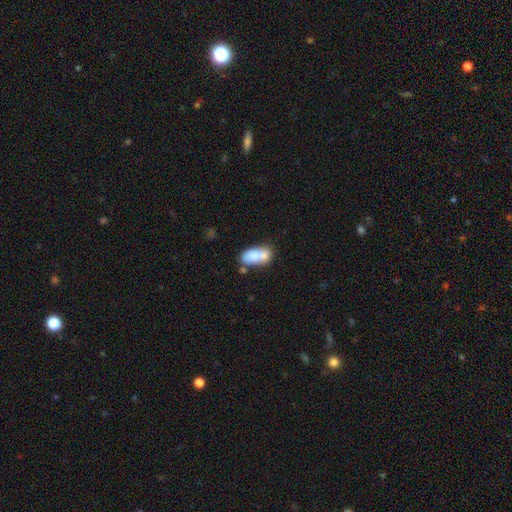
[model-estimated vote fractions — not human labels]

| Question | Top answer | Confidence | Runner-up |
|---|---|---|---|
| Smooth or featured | smooth | 74% | featured or disk (18%) |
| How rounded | in between | 88% | round (6%) |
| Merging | merger | 40% | none (37%) |